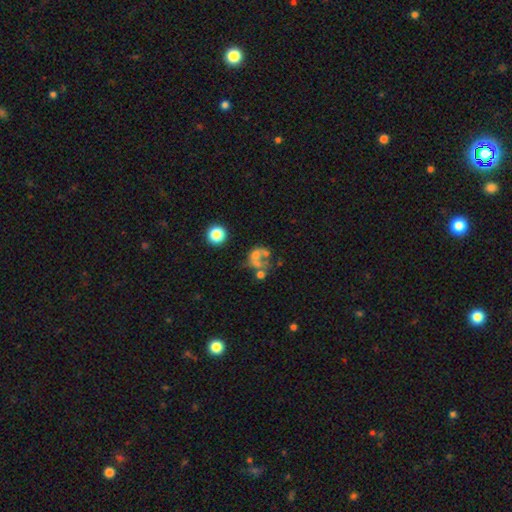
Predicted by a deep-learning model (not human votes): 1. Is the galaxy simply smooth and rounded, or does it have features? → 42% smooth, 41% featured or disk, 16% star or artifact.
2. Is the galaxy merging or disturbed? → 42% merger, 24% major disturbance, 23% none, 11% minor disturbance.